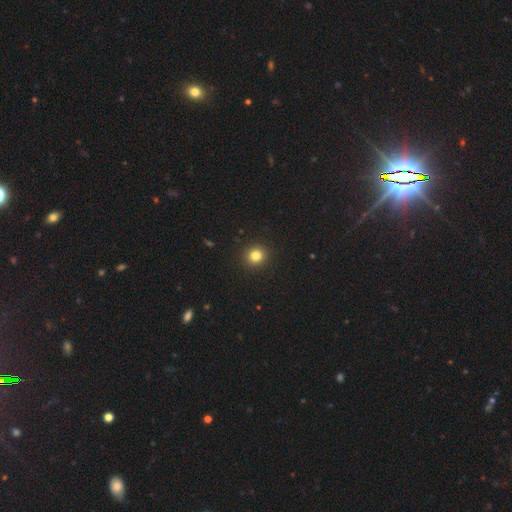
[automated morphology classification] Smooth or featured?
  - smooth: 82% *
  - star or artifact: 12%
  - featured or disk: 5%
How rounded?
  - round: 89% *
  - in between: 11%
  - cigar-shaped: 1%
Merging?
  - none: 93% *
  - minor disturbance: 5%
  - major disturbance: 2%
  - merger: 1%